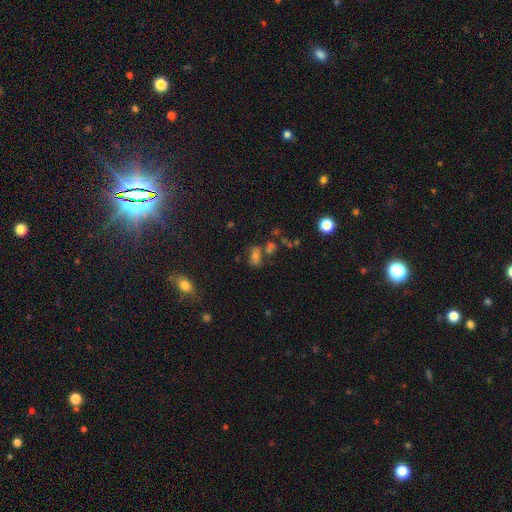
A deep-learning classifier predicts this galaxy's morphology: This is possibly a smooth galaxy (54%). How rounded: likely in between (73%). Merging: possibly none (51%).